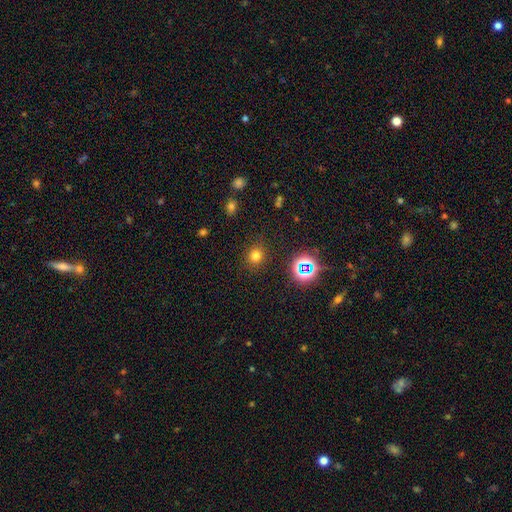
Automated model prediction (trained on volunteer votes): The model was most divided on "smooth or featured": smooth: 72%, star or artifact: 21%, featured or disk: 6%. More confident: merging — none (85%); how rounded — round (79%).